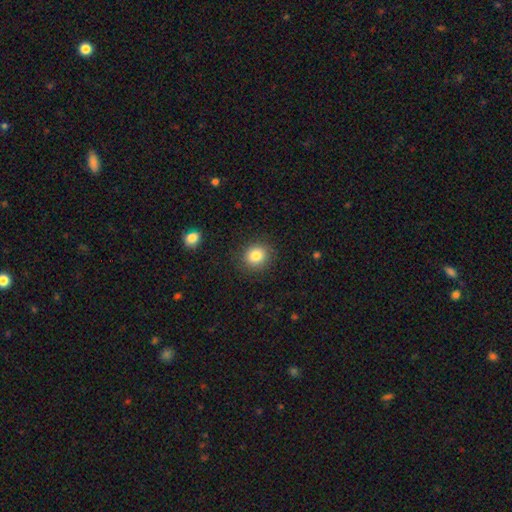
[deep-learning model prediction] A smooth galaxy with no disk features (82%) that is round (83%). Merging: none (88%).